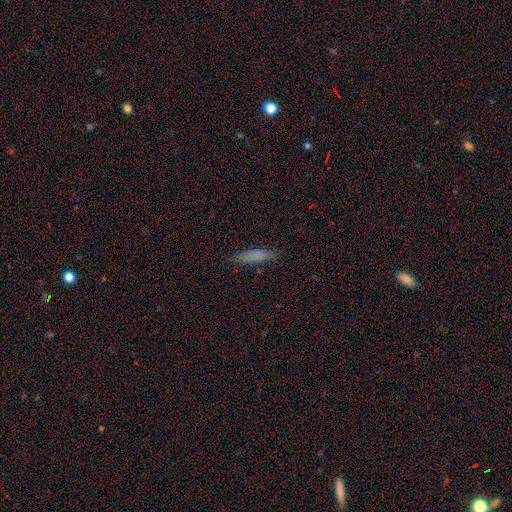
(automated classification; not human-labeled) Overall: smooth (75%). How rounded: cigar-shaped (80%). Merging: none (83%).